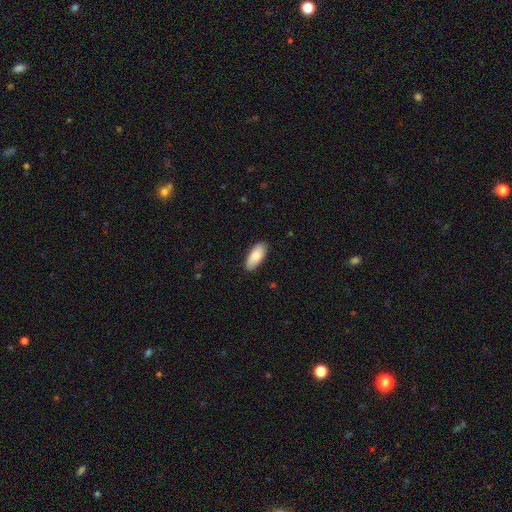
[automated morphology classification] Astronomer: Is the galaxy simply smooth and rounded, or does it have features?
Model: smooth — 84%.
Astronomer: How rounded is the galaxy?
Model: in between — 86%.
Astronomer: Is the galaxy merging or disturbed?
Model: none — 86%.